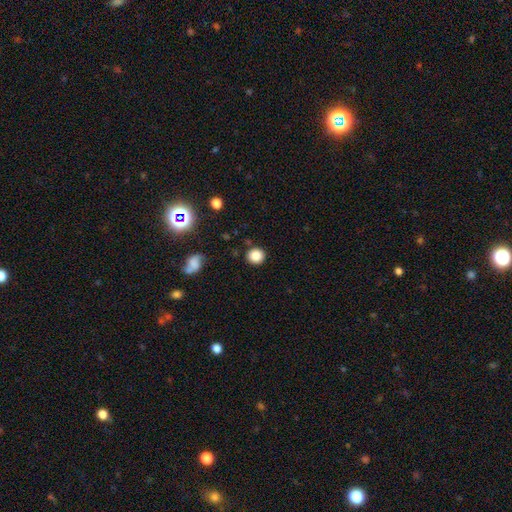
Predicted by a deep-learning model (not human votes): This appears to be a smooth galaxy with no disk features (84%) that is round (89%). Merging: none (88%).